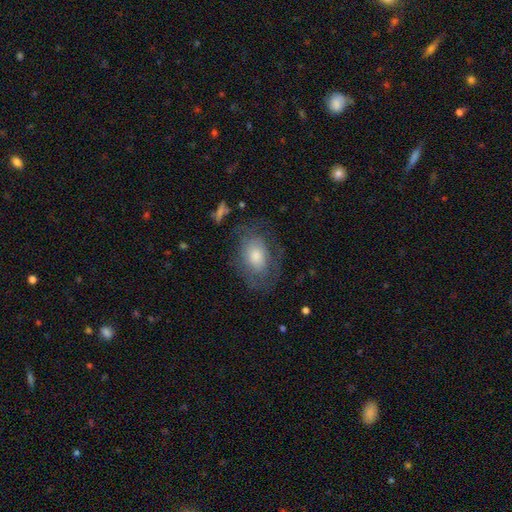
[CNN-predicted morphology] This appears to be a smooth galaxy with no disk features (47%). Merging: none (62%).